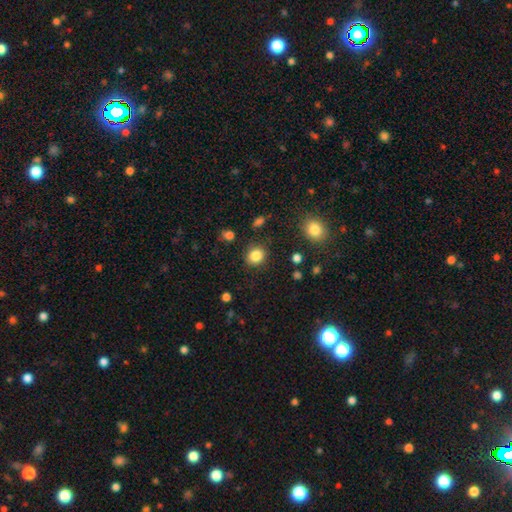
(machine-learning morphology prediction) This is clearly a smooth galaxy (84%). How rounded: likely round (72%). Merging: clearly none (86%).